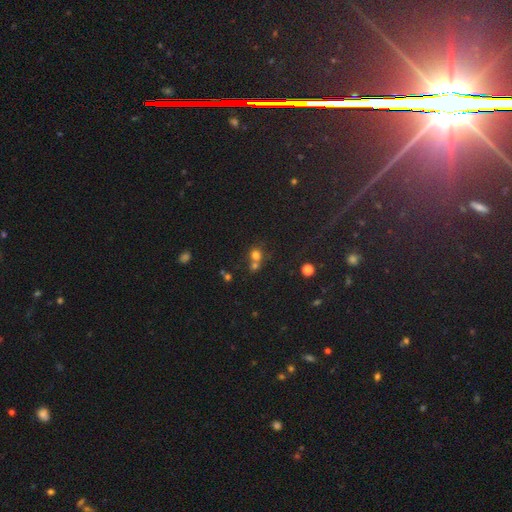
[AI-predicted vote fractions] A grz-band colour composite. It shows a smooth galaxy with no disk features (69%) that is round (82%). Merging: merger (49%).